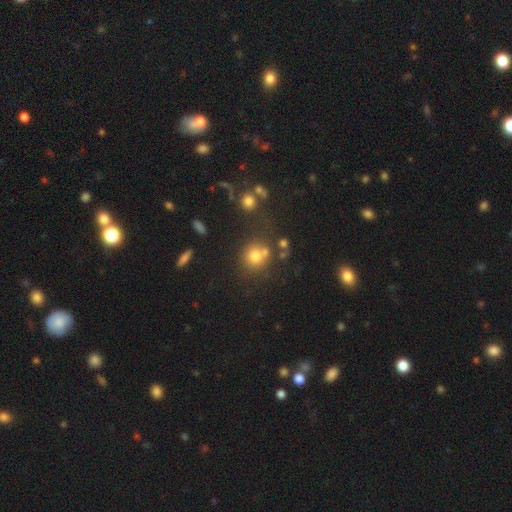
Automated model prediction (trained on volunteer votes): This is likely a smooth galaxy (71%). How rounded: clearly round (85%). Merging: likely none (61%).